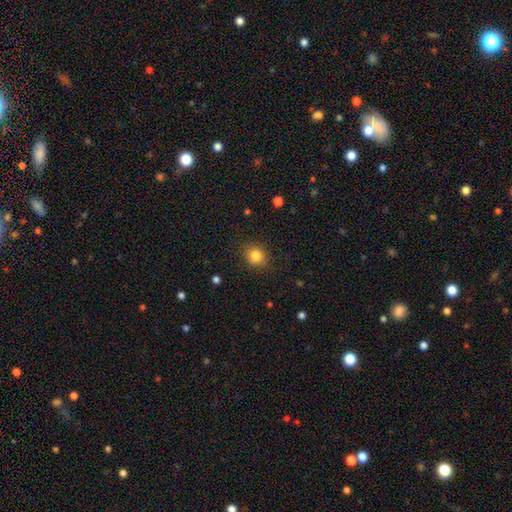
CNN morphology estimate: Smooth or featured? smooth (83%)
How rounded? round (78%)
Merging? none (85%)